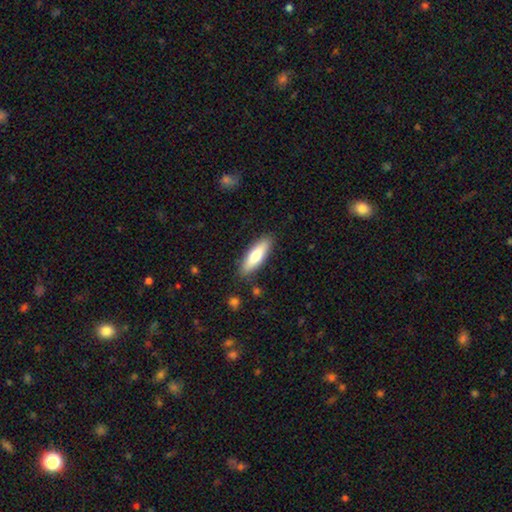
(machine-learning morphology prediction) type=smooth (73%); roundness=cigar-shaped (51%); merging=none (87%).